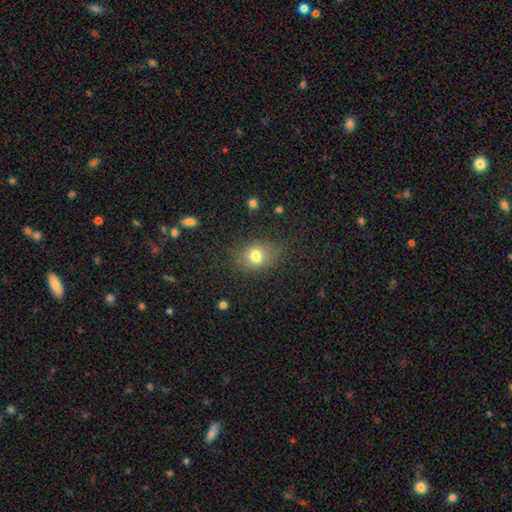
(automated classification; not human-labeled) Smooth or featured: smooth — 77% (star or artifact — 13%)
How rounded: in between — 56% (round — 42%)
Merging: none — 75% (minor disturbance — 16%)